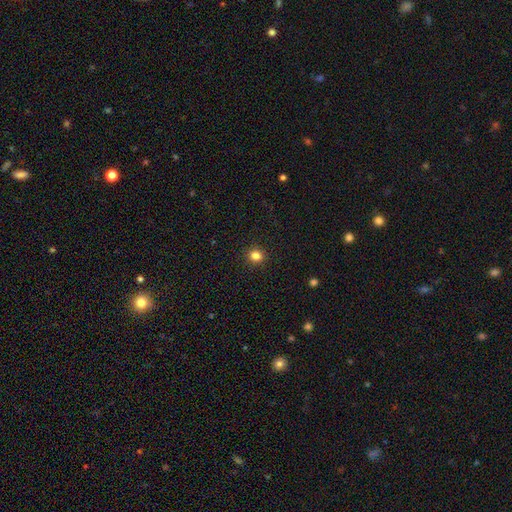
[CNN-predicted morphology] smooth_or_featured: smooth (p=0.83) [alt: star or artifact p=0.12]
how_rounded: round (p=0.82) [alt: in between p=0.17]
merging: none (p=0.91) [alt: minor disturbance p=0.06]